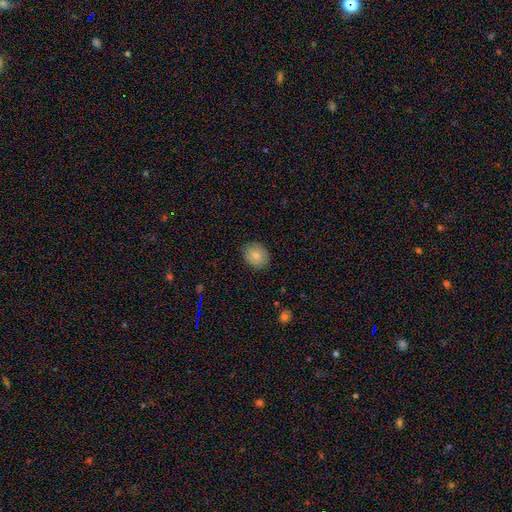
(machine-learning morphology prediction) A smooth galaxy with no disk features (84%) that is round (69%).

Vote fractions:
- Smooth or featured? smooth: 84% / featured or disk: 9% / star or artifact: 8%
- How rounded? round: 69% / in between: 30% / cigar-shaped: 1%
- Merging? none: 86% / minor disturbance: 11% / major disturbance: 2% / merger: 1%